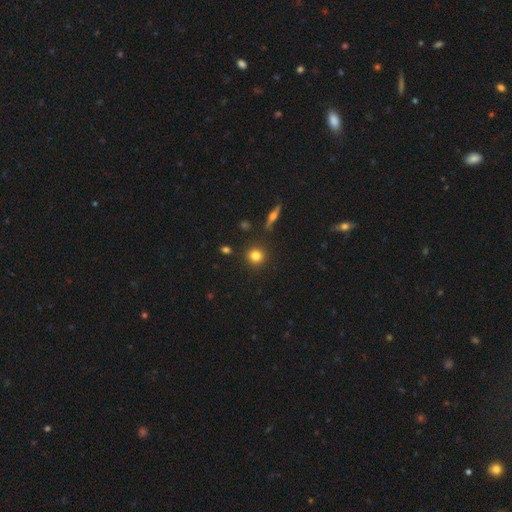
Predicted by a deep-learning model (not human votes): The model was most divided on "smooth or featured": smooth: 81%, star or artifact: 10%, featured or disk: 9%. More confident: how rounded — round (91%); merging — none (89%).